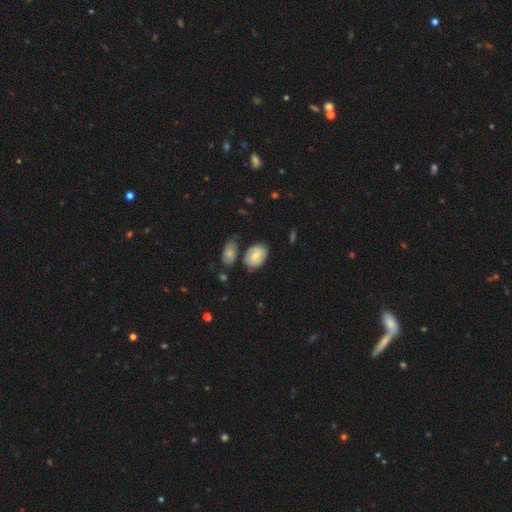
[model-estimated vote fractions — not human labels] smooth 59%, featured or disk 35%, star or artifact 7%. Down the decision tree: how rounded — in between (81%); merging — none (57%).